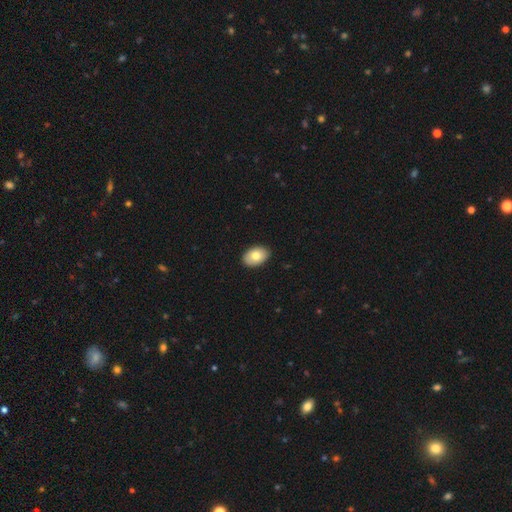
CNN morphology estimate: Smooth or featured? Predicted: smooth (p=0.77). How rounded? Predicted: in between (p=0.87). Merging? Predicted: none (p=0.89).